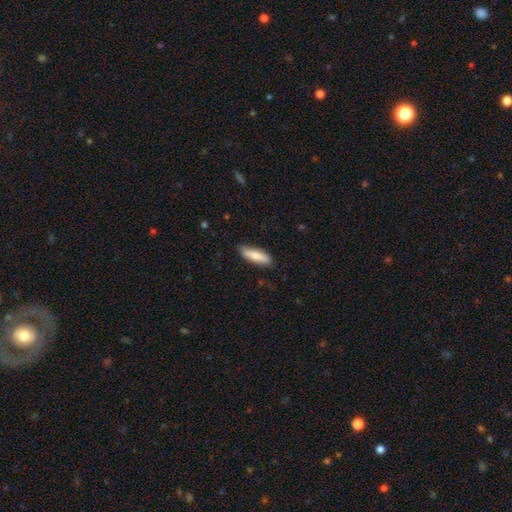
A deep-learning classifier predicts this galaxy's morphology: smooth 79%, featured or disk 16%, star or artifact 5%. Down the decision tree: how rounded — cigar-shaped (55%); merging — none (86%).